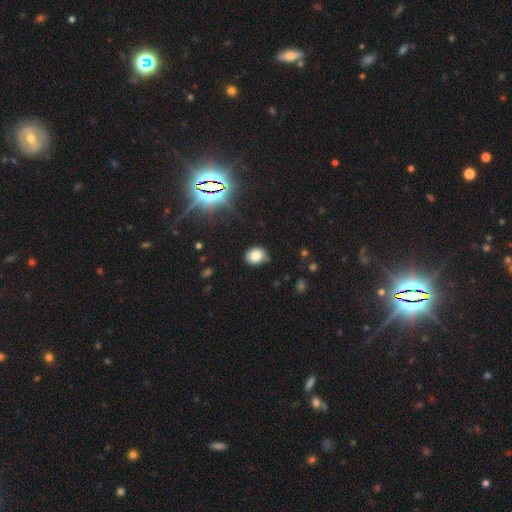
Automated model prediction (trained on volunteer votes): Smooth or featured: smooth — 78% (star or artifact — 13%)
How rounded: round — 56% (in between — 43%)
Merging: none — 77% (minor disturbance — 18%)